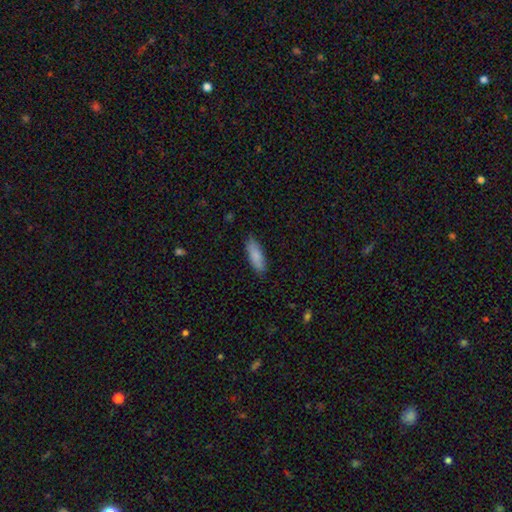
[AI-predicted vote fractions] A smooth galaxy with no disk features (86%) that is in between round and cigar-shaped (55%).

Vote fractions:
- Smooth or featured? smooth: 86% / featured or disk: 8% / star or artifact: 6%
- How rounded? in between: 55% / cigar-shaped: 44% / round: 2%
- Merging? none: 85% / minor disturbance: 12% / major disturbance: 2% / merger: 1%